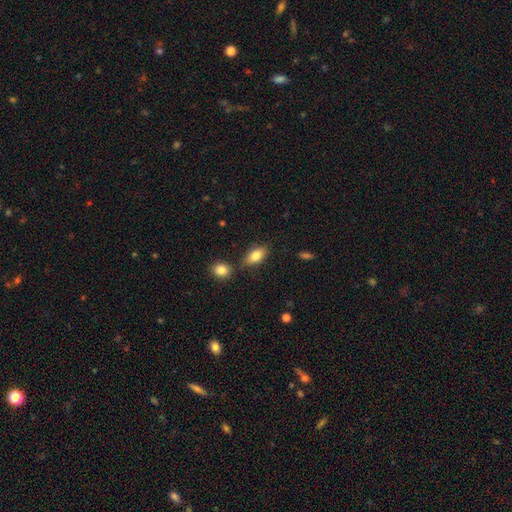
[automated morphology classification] A smooth galaxy with no disk features (81%) that is in between round and cigar-shaped (87%). Merging: none (71%).